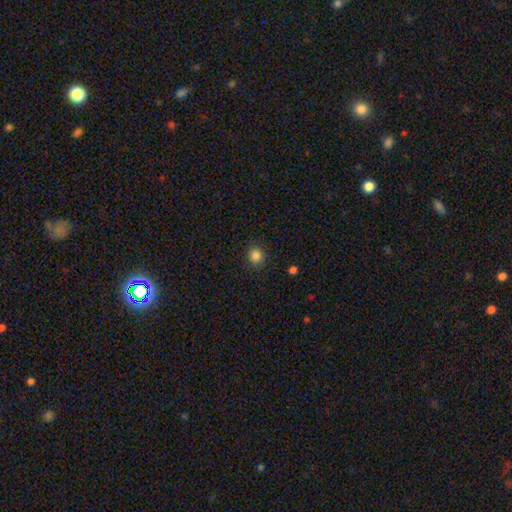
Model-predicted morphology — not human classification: The model was most divided on "how rounded": round: 85%, in between: 14%, cigar-shaped: 1%. More confident: merging — none (88%); smooth or featured — smooth (85%).